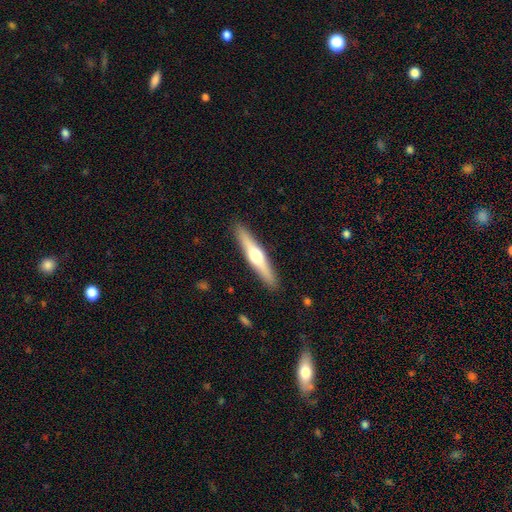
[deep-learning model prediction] Morphology: type=featured or disk (57%); edge-on=yes (95%); edge-on bulge=rounded (92%); merging=none (91%).